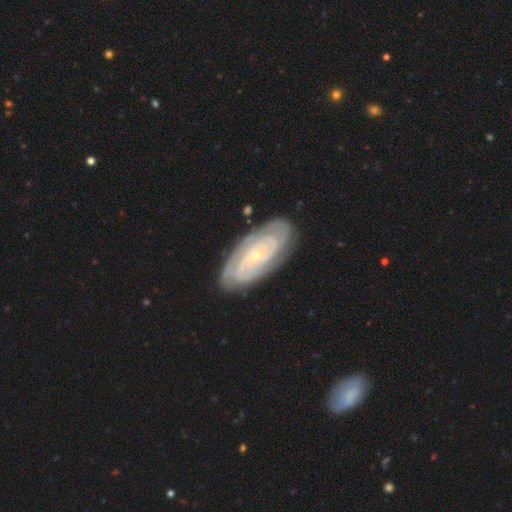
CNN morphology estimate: Smooth or featured: featured or disk — 85% (smooth — 9%)
Edge-on disk: no — 94% (yes — 6%)
Bar: no — 73% (weak — 20%)
Spiral arms: yes — 96% (no — 4%)
Spiral winding: tight — 81% (medium — 16%)
Spiral arm count: can't tell — 31% (2 — 25%)
Bulge size: small — 85% (moderate — 12%)
Merging: none — 81% (minor disturbance — 14%)